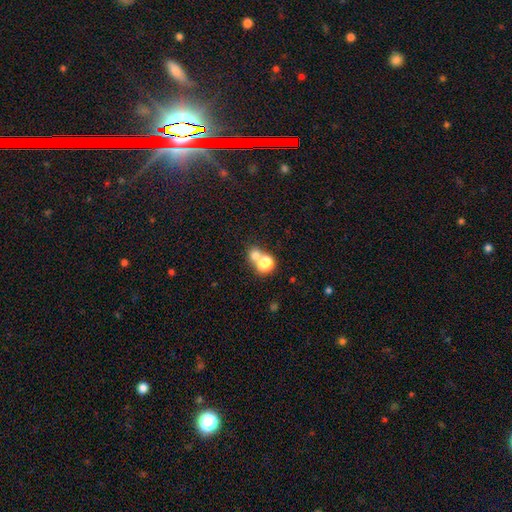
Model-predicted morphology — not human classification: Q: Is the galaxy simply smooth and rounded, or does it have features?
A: smooth — 75%.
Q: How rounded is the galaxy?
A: round — 81%.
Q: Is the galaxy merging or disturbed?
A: merger — 49%.